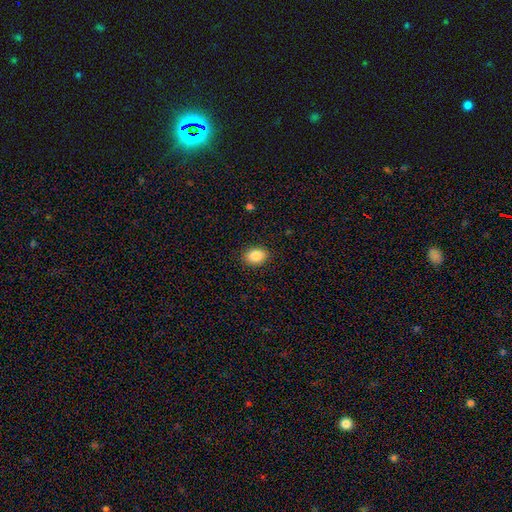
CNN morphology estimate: Smooth or featured?
  - smooth: 87% *
  - star or artifact: 8%
  - featured or disk: 5%
How rounded?
  - in between: 74% *
  - round: 25%
  - cigar-shaped: 1%
Merging?
  - none: 89% *
  - minor disturbance: 8%
  - major disturbance: 2%
  - merger: 1%